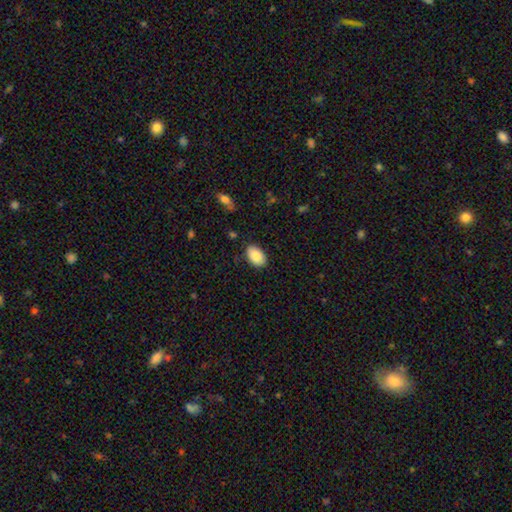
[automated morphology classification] The model was most divided on "merging": none: 86%, minor disturbance: 11%, major disturbance: 2%, merger: 1%. More confident: how rounded — in between (91%); smooth or featured — smooth (85%).